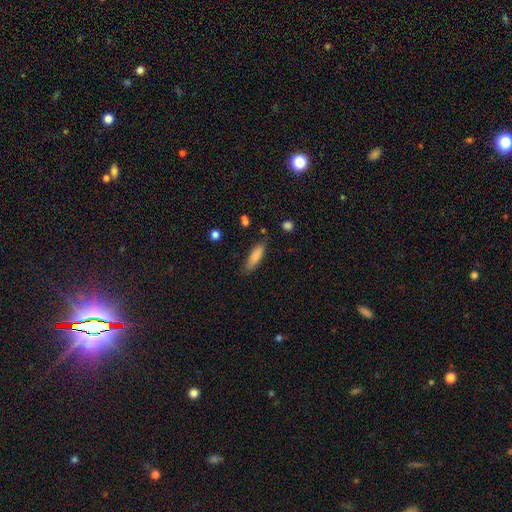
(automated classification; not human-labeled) smooth-or-featured: smooth: 82% | featured or disk: 11% | star or artifact: 7%
  how-rounded: cigar-shaped: 54% | in between: 44% | round: 2%
  merging: none: 78% | minor disturbance: 16% | major disturbance: 3% | merger: 2%